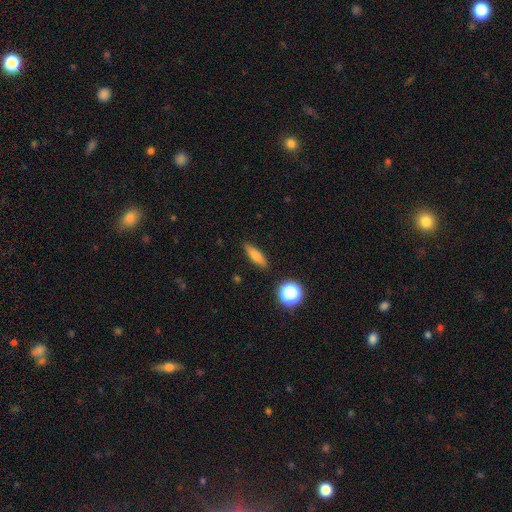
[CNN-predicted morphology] This appears to be a smooth galaxy with no disk features (75%) that is cigar-shaped (54%). Merging: none (86%).